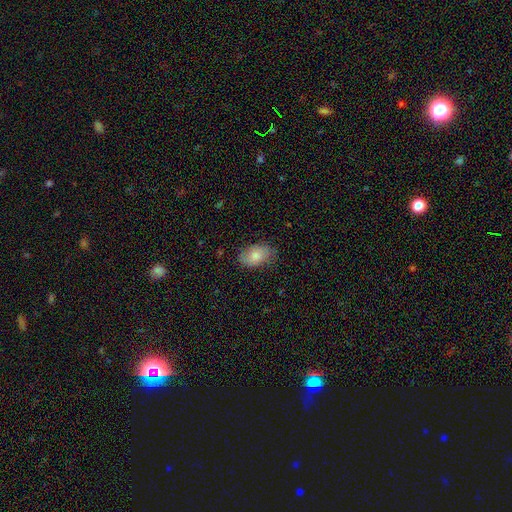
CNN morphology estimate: Q: Smooth or featured?
A: smooth (79%); runner-up: featured or disk (15%)
Q: How rounded?
A: in between (90%); runner-up: round (8%)
Q: Merging?
A: none (77%); runner-up: minor disturbance (18%)